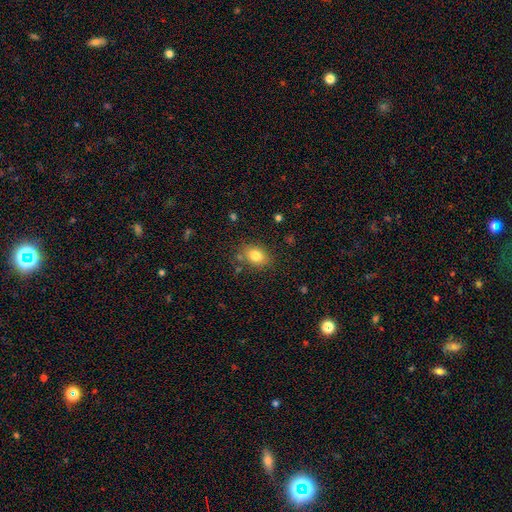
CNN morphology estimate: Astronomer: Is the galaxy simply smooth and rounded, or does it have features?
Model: smooth — 81%.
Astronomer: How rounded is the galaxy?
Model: in between — 67%.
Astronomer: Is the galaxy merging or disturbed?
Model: none — 80%.